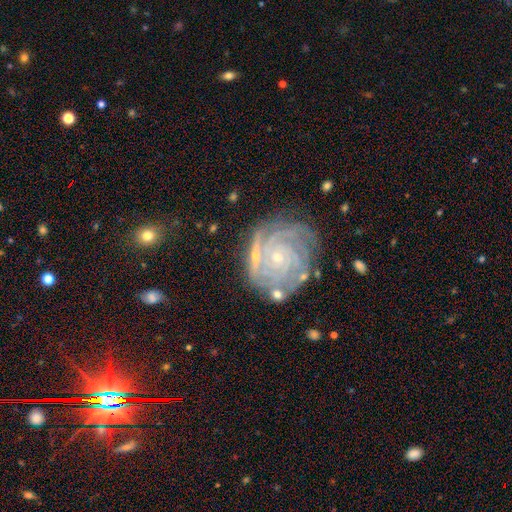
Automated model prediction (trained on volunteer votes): Smooth or featured? featured or disk (84%)
Edge-on disk? no (95%)
Bar? no (76%)
Spiral arms? yes (97%)
Spiral winding? tight (82%)
Spiral arm count? 4 (30%)
Bulge size? small (72%)
Merging? none (67%)